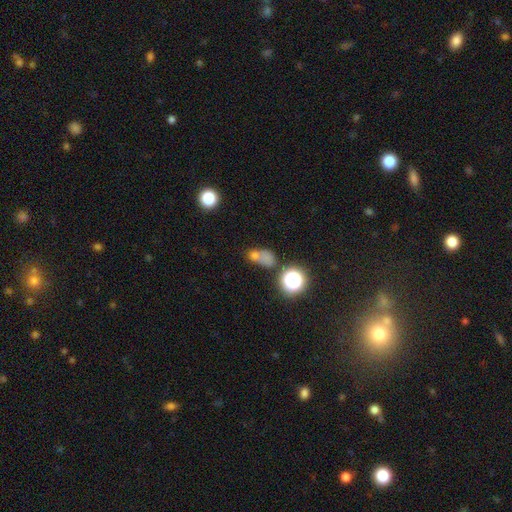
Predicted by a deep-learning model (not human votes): smooth_or_featured: smooth (p=0.64) [alt: star or artifact p=0.23]
how_rounded: in between (p=0.49) [alt: round p=0.48]
merging: merger (p=0.45) [alt: none p=0.33]